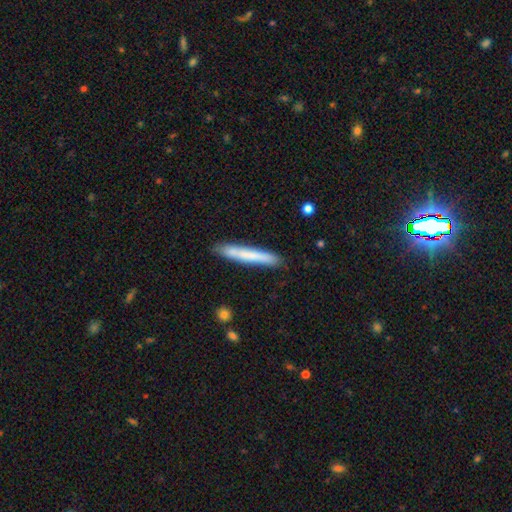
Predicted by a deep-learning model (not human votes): Smooth or featured?
  - smooth: 71% *
  - featured or disk: 23%
  - star or artifact: 6%
How rounded?
  - cigar-shaped: 94% *
  - in between: 5%
  - round: 1%
Merging?
  - none: 83% *
  - minor disturbance: 12%
  - merger: 3%
  - major disturbance: 2%